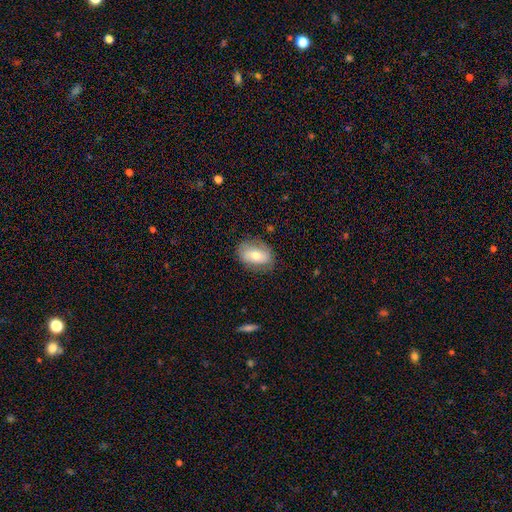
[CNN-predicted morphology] A smooth galaxy with no disk features (68%) that is in between round and cigar-shaped (82%).

Vote fractions:
- Smooth or featured? smooth: 68% / featured or disk: 25% / star or artifact: 8%
- How rounded? in between: 82% / round: 16% / cigar-shaped: 2%
- Merging? none: 75% / minor disturbance: 18% / major disturbance: 5% / merger: 1%